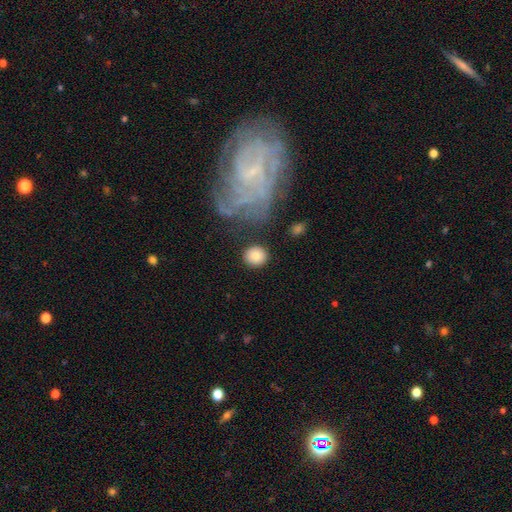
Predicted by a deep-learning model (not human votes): Smooth or featured? smooth (83%)
How rounded? round (86%)
Merging? none (84%)